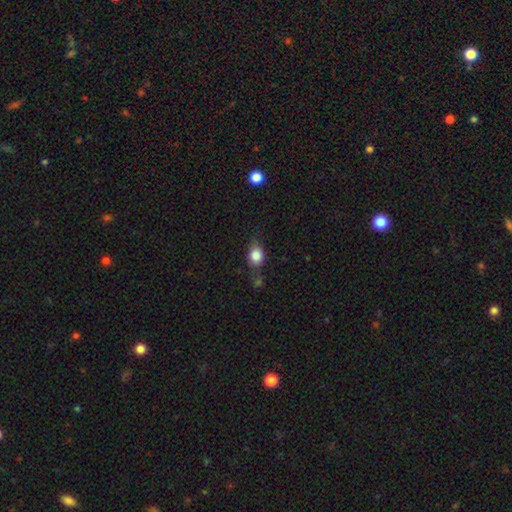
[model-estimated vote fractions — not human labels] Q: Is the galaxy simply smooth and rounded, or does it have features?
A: smooth — 81%.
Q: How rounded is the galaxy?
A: round — 49%.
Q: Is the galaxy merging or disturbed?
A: none — 57%.